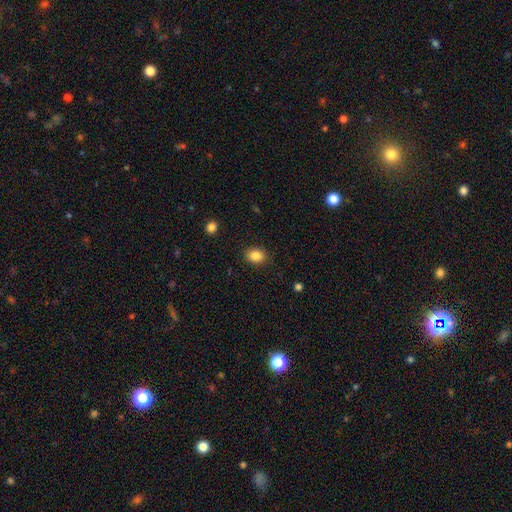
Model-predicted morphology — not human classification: Q: Smooth or featured?
A: smooth (86%); runner-up: star or artifact (9%)
Q: How rounded?
A: in between (58%); runner-up: round (41%)
Q: Merging?
A: none (87%); runner-up: minor disturbance (9%)